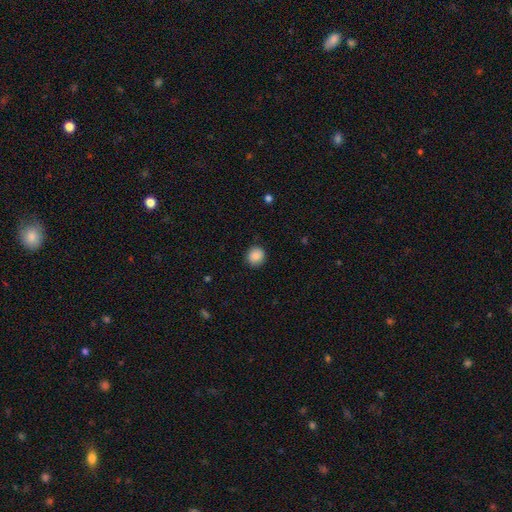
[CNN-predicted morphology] A smooth galaxy with no disk features (88%) that is round (88%).

Vote fractions:
- Smooth or featured? smooth: 88% / star or artifact: 9% / featured or disk: 3%
- How rounded? round: 88% / in between: 11% / cigar-shaped: 1%
- Merging? none: 88% / minor disturbance: 8% / major disturbance: 2% / merger: 1%